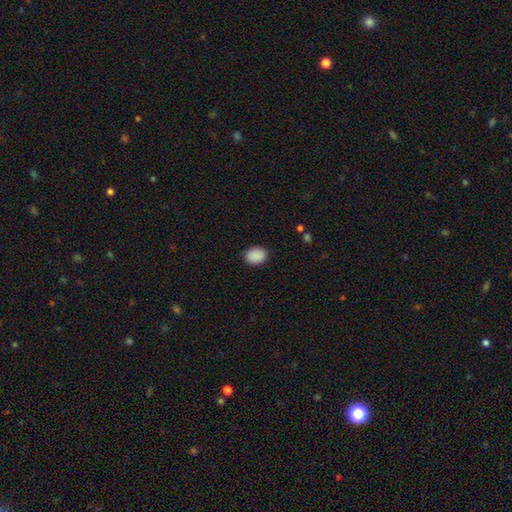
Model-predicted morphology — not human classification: Smooth or featured?
  - smooth: 90% *
  - star or artifact: 8%
  - featured or disk: 3%
How rounded?
  - in between: 65% *
  - round: 34%
  - cigar-shaped: 1%
Merging?
  - none: 88% *
  - minor disturbance: 9%
  - major disturbance: 2%
  - merger: 1%